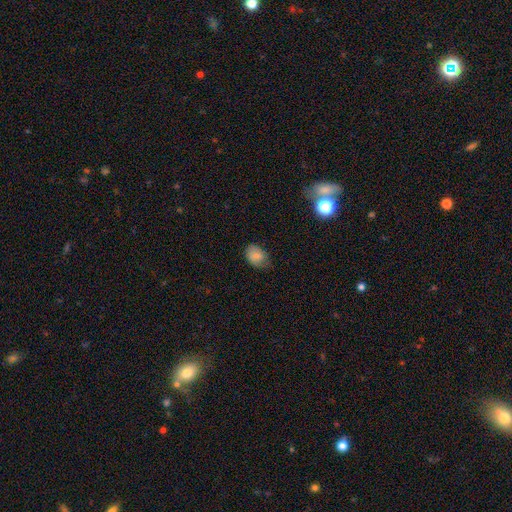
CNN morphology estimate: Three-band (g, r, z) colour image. It shows a smooth galaxy with no disk features (78%) that is in between round and cigar-shaped (75%). Merging: none (63%).